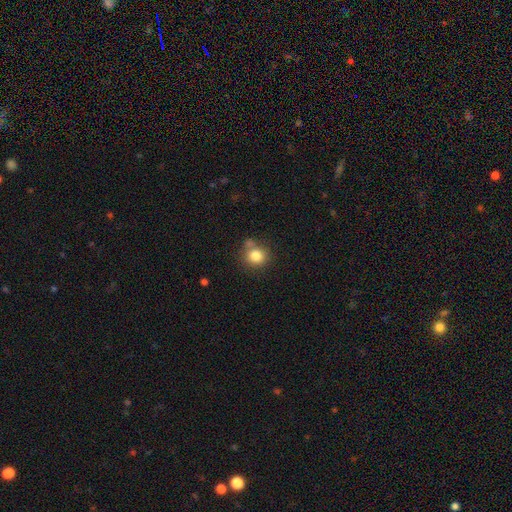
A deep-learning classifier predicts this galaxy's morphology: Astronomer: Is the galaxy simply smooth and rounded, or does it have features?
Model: smooth — 82%.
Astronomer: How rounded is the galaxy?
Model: round — 85%.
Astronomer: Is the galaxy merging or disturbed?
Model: none — 66%.